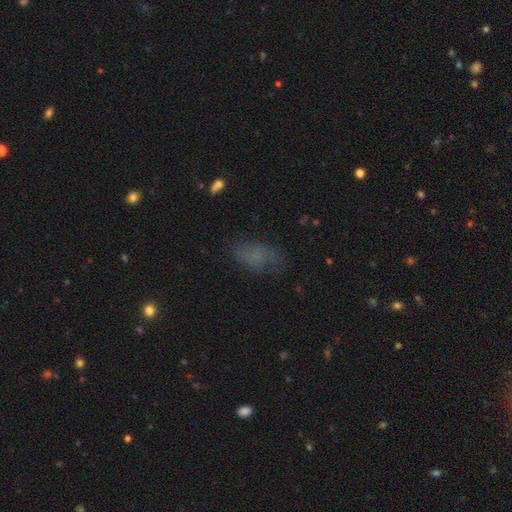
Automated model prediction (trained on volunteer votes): The model was most divided on "smooth or featured": smooth: 61%, featured or disk: 22%, star or artifact: 17%. More confident: how rounded — in between (87%); merging — none (64%).